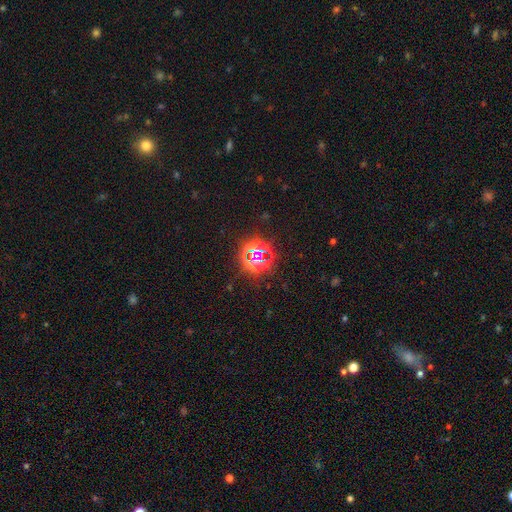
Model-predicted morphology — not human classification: The model was most divided on "smooth or featured": star or artifact: 77%, smooth: 15%, featured or disk: 9%.